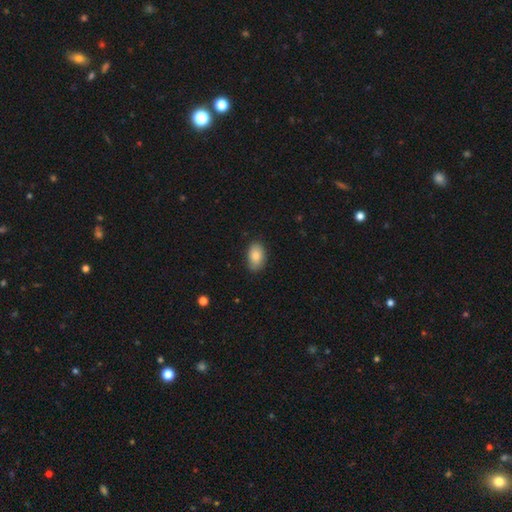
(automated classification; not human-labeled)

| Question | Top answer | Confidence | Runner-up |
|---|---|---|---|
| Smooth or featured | smooth | 85% | featured or disk (8%) |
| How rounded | in between | 91% | round (8%) |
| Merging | none | 83% | minor disturbance (13%) |